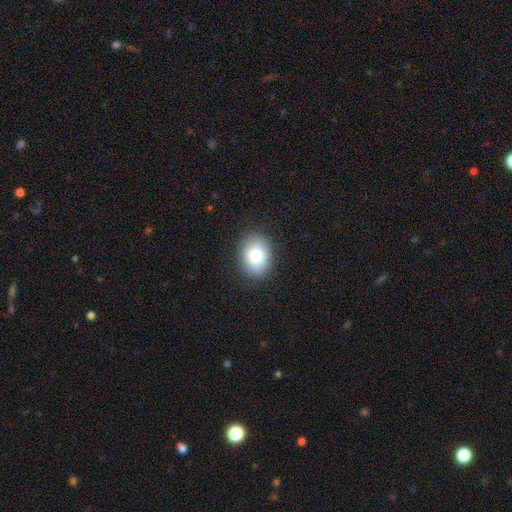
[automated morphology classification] type=smooth (83%); roundness=in between (63%); merging=none (87%).